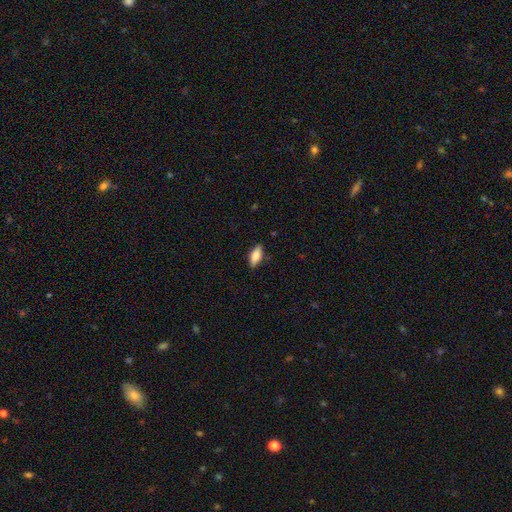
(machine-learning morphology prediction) A smooth galaxy with no disk features (74%) that is in between round and cigar-shaped (73%). Merging: none (85%).